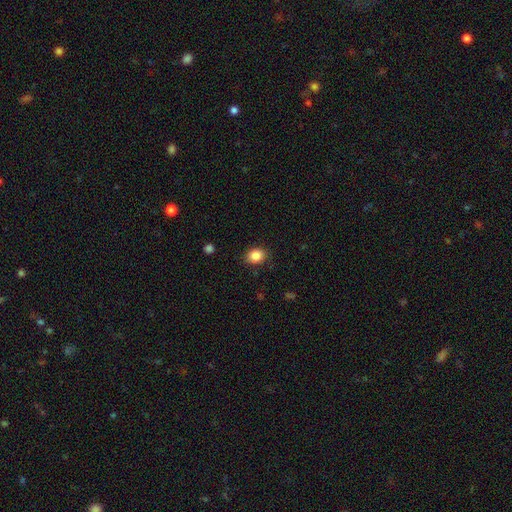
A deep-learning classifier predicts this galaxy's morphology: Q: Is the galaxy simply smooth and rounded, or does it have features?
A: smooth — 86%.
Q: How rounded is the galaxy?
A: in between — 53%.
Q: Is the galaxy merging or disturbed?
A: none — 86%.